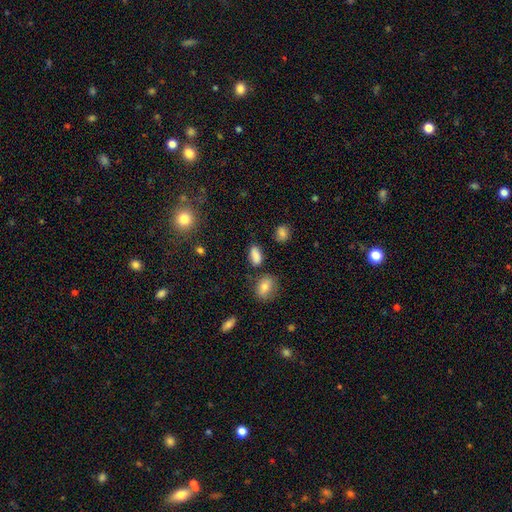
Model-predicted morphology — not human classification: Smooth or featured: smooth — 83% (star or artifact — 11%)
How rounded: in between — 85% (round — 9%)
Merging: none — 77% (minor disturbance — 14%)